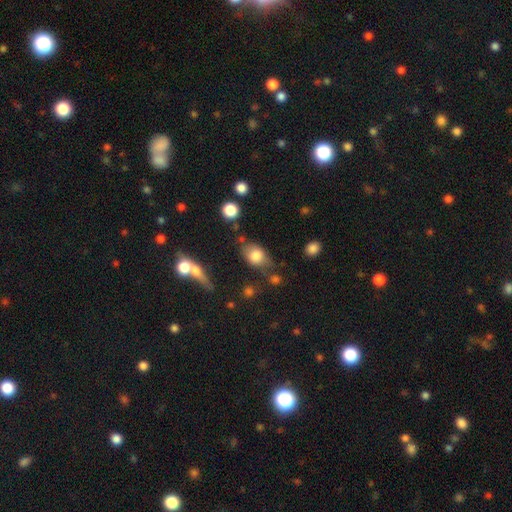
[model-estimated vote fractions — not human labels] The model was most divided on "merging": none: 57%, minor disturbance: 23%, merger: 11%, major disturbance: 9%. More confident: smooth or featured — smooth (75%); how rounded — in between (73%).